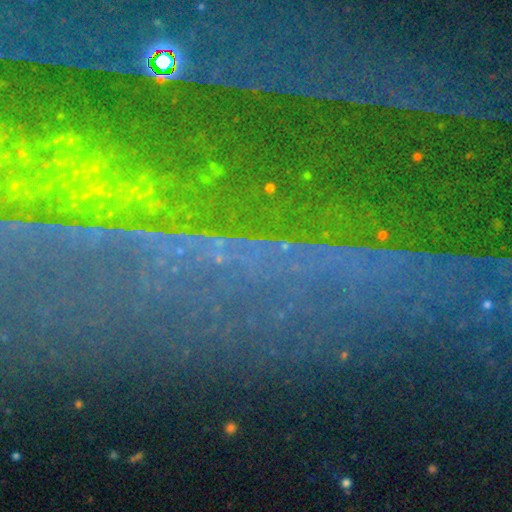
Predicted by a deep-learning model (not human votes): This is clearly a star or artifact rather than a galaxy (83%).